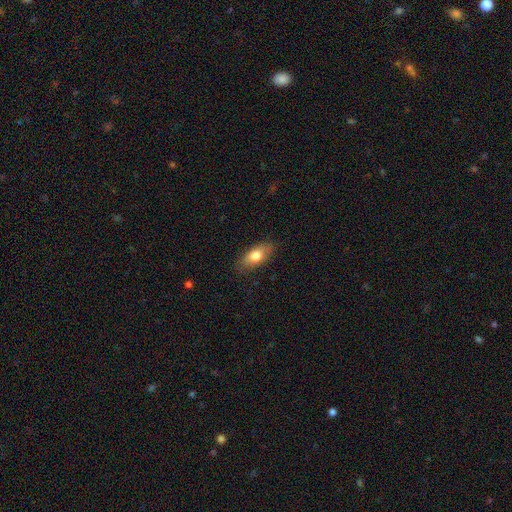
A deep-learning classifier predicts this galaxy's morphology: smooth_or_featured: smooth (p=0.76) [alt: featured or disk p=0.17]
how_rounded: in between (p=0.84) [alt: cigar-shaped p=0.12]
merging: none (p=0.84) [alt: minor disturbance p=0.12]